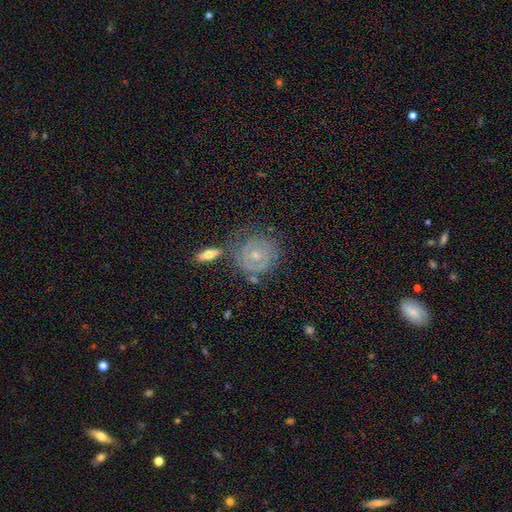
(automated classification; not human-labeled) Q: Smooth or featured?
A: featured or disk (70%); runner-up: smooth (22%)
Q: Edge-on disk?
A: no (95%); runner-up: yes (5%)
Q: Bar?
A: no (78%); runner-up: weak (18%)
Q: Spiral arms?
A: yes (74%); runner-up: no (26%)
Q: Bulge size?
A: small (48%); runner-up: moderate (47%)
Q: Merging?
A: none (65%); runner-up: minor disturbance (18%)